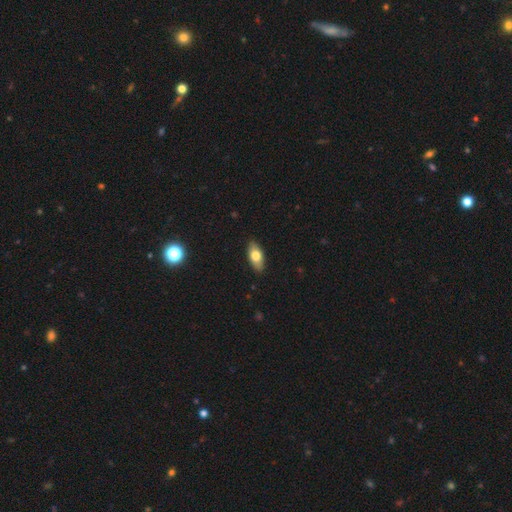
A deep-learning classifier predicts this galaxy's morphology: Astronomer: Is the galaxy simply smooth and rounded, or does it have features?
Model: smooth — 72%.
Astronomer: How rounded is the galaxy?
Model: in between — 88%.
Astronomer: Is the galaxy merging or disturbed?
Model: none — 88%.